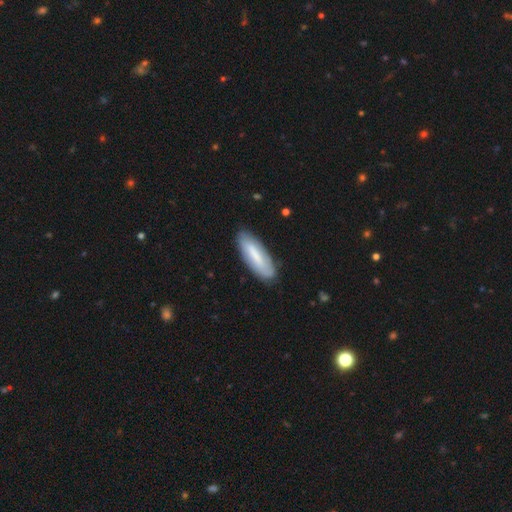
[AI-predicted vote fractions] Smooth or featured? smooth (65%)
How rounded? in between (56%)
Merging? none (83%)